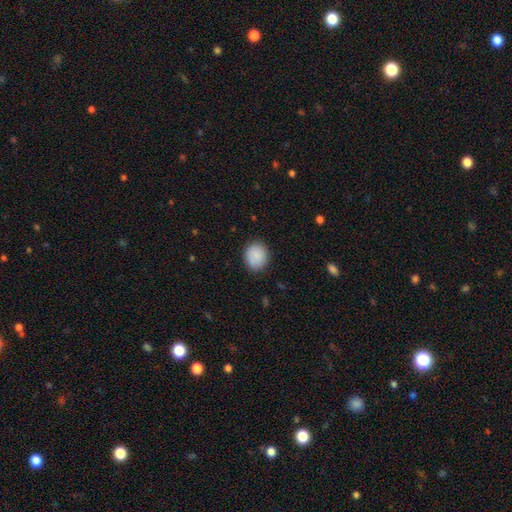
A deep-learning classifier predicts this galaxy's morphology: A smooth galaxy with no disk features (87%) that is round (69%). Merging: none (84%).